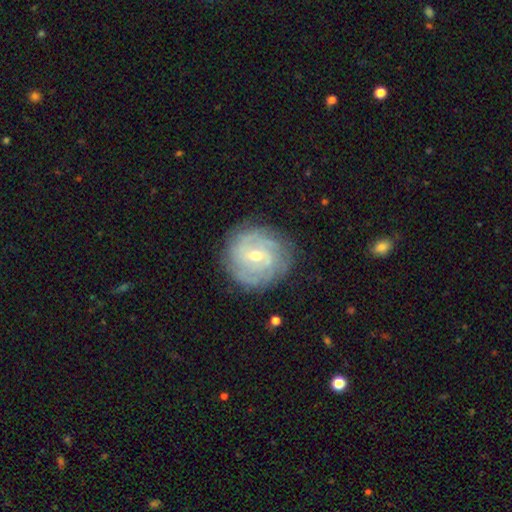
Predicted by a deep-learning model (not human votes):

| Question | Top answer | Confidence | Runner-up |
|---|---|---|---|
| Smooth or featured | featured or disk | 80% | smooth (13%) |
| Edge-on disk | no | 97% | yes (3%) |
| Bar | weak | 47% | no (42%) |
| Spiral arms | yes | 93% | no (7%) |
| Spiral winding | tight | 73% | medium (21%) |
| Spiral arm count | can't tell | 41% | 3 (16%) |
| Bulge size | small | 50% | moderate (47%) |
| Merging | none | 83% | minor disturbance (12%) |